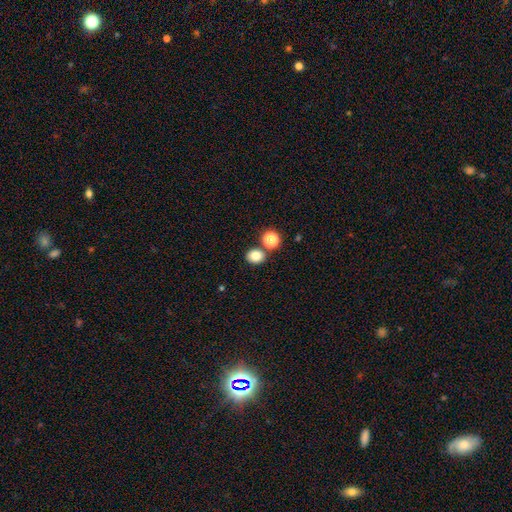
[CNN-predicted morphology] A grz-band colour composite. It shows a smooth galaxy with no disk features (82%) that is round (60%). Merging: none (75%).